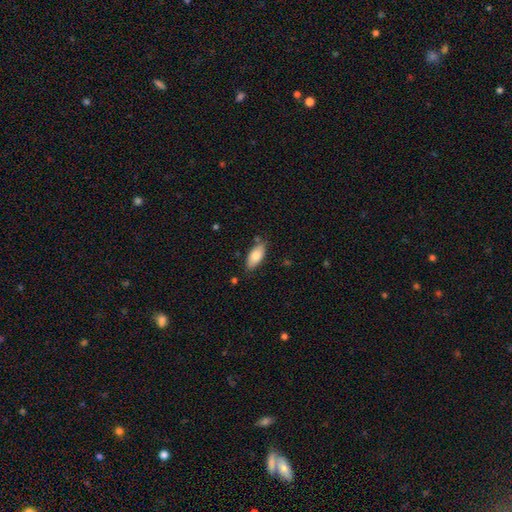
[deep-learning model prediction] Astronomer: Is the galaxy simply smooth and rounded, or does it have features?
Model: smooth — 80%.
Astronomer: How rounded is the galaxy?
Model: in between — 88%.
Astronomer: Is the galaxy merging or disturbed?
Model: none — 77%.